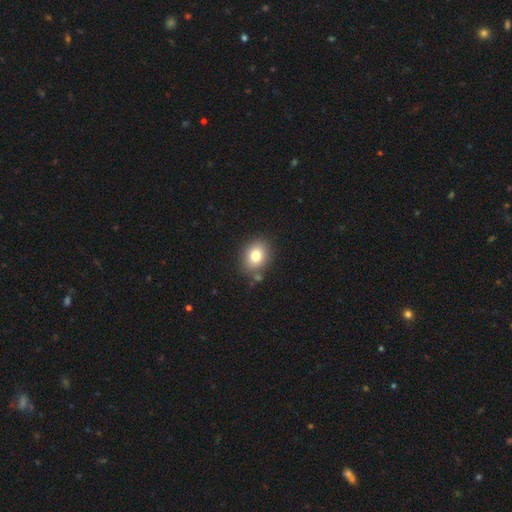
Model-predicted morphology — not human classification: The model was most divided on "how rounded": round: 50%, in between: 49%, cigar-shaped: 1%. More confident: merging — none (82%); smooth or featured — smooth (79%).